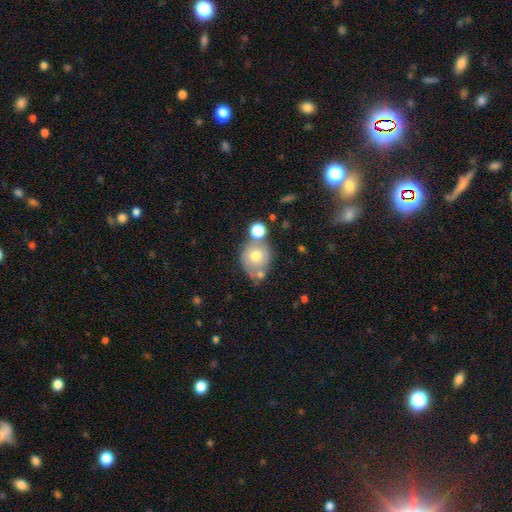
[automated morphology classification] type=smooth (66%); roundness=round (76%); merging=none (49%).